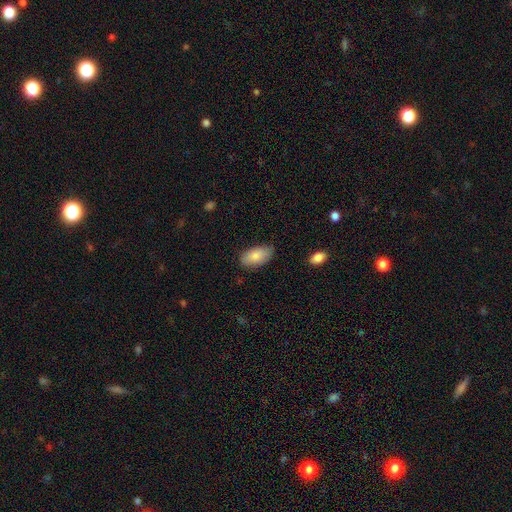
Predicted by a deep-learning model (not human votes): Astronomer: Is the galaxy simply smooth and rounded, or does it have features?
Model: smooth — 85%.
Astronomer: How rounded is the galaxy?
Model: in between — 94%.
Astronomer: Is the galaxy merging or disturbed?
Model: none — 78%.